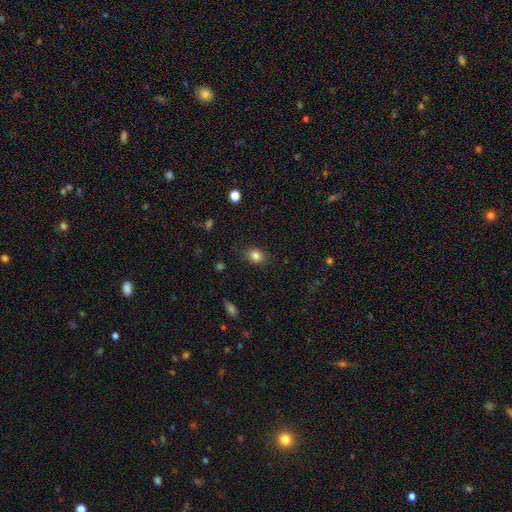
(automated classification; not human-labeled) A smooth galaxy with no disk features (83%) that is in between round and cigar-shaped (51%). Merging: none (85%).